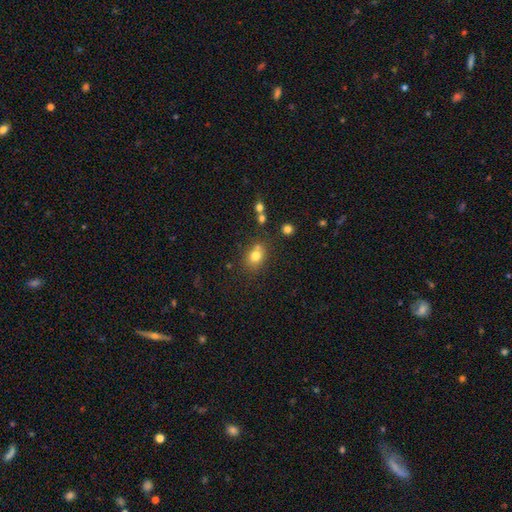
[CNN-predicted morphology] This appears to be a smooth galaxy with no disk features (77%) that is round (50%). Merging: none (63%).